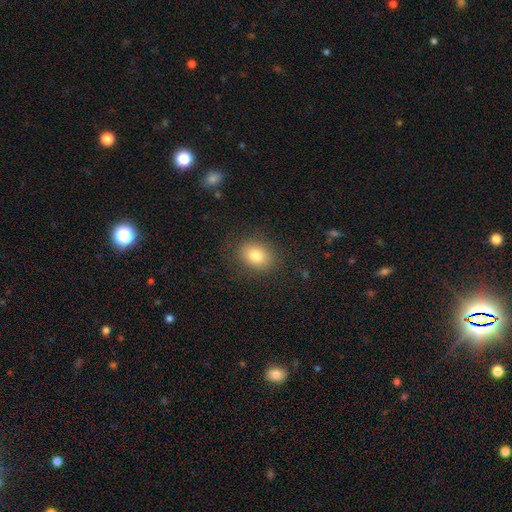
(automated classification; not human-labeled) Smooth or featured? smooth (80%)
How rounded? in between (55%)
Merging? none (86%)